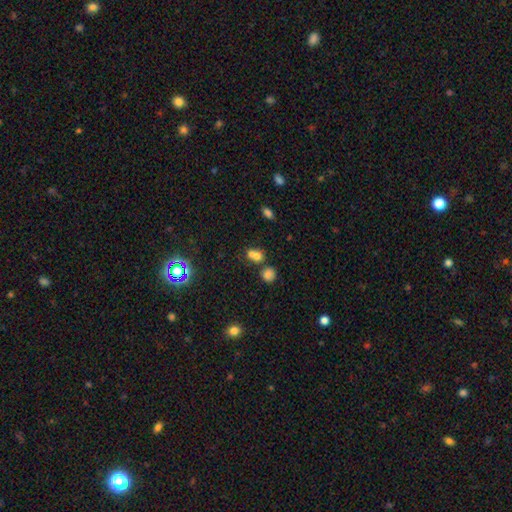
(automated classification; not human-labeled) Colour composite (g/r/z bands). It shows a smooth galaxy with no disk features (70%) that is round (66%). Merging: merger (51%).